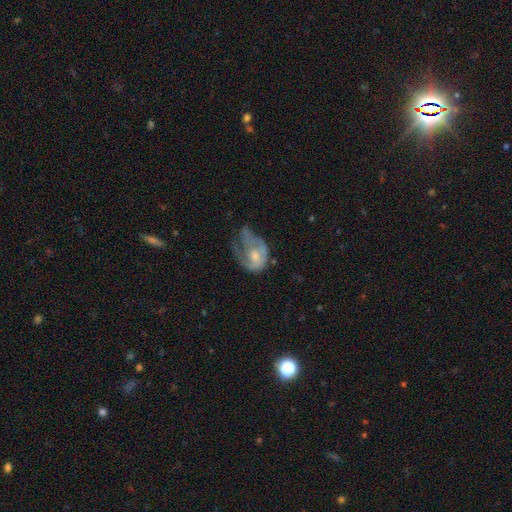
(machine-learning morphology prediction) This is possibly a featured or disk galaxy (58%). It is clearly not viewed edge-on (97%). Bar: likely no (72%). Spiral arm pattern: possibly yes (58%). Central bulge: possibly moderate (49%). Merging: possibly major disturbance (52%).